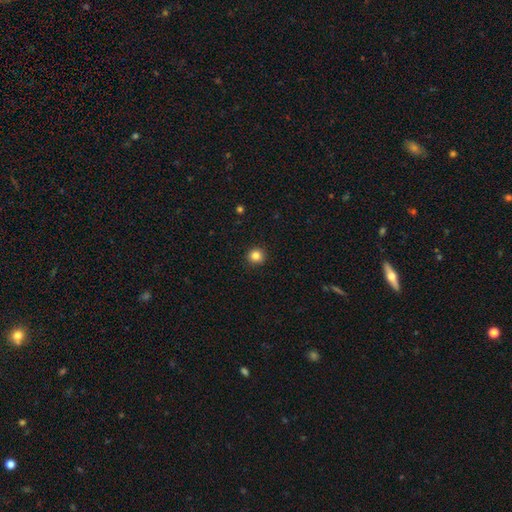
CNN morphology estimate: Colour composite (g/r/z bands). It shows a smooth galaxy with no disk features (84%) that is round (94%). Merging: none (92%).